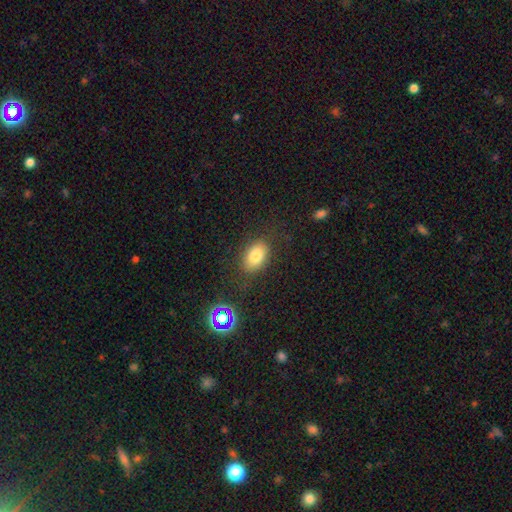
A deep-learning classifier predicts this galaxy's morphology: Smooth or featured?
  - smooth: 79% *
  - star or artifact: 11%
  - featured or disk: 11%
How rounded?
  - in between: 84% *
  - round: 15%
  - cigar-shaped: 1%
Merging?
  - none: 81% *
  - minor disturbance: 12%
  - major disturbance: 5%
  - merger: 2%